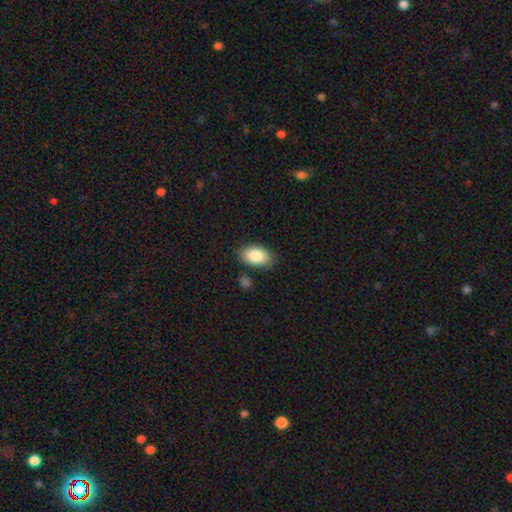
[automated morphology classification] Smooth or featured? smooth (85%)
How rounded? in between (93%)
Merging? none (80%)